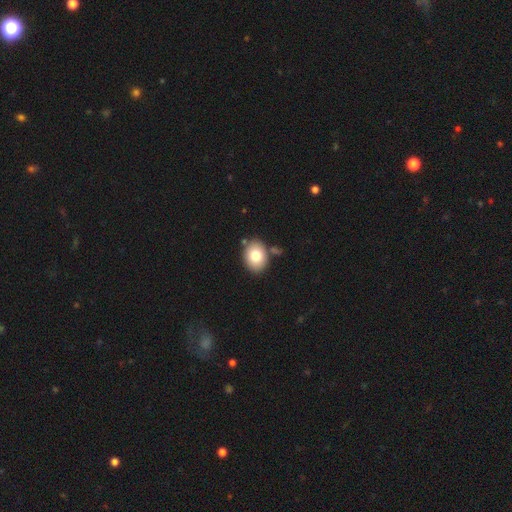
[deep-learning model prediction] The model was most divided on "how rounded": in between: 61%, round: 38%, cigar-shaped: 1%. More confident: smooth or featured — smooth (79%); merging — none (79%).